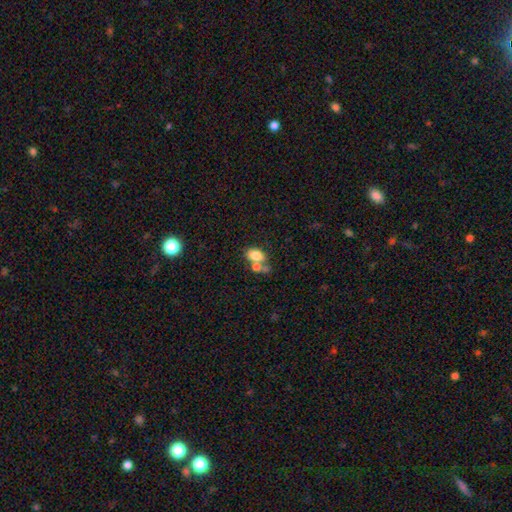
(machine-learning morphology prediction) Smooth or featured? smooth (77%)
How rounded? in between (83%)
Merging? merger (46%)